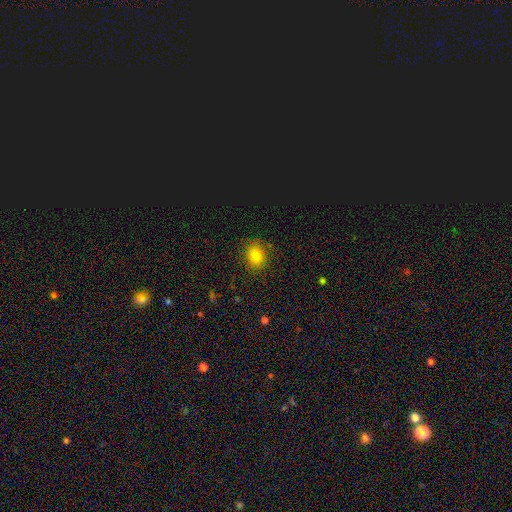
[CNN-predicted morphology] smooth 79%, star or artifact 14%, featured or disk 7%. Down the decision tree: how rounded — round (63%); merging — none (87%).